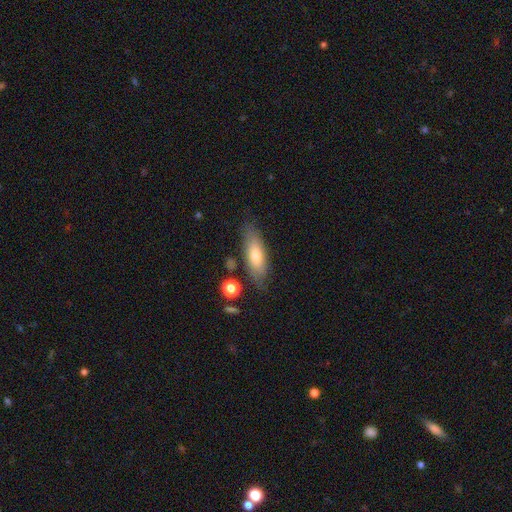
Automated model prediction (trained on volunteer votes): smooth 65%, featured or disk 28%, star or artifact 7%. Down the decision tree: how rounded — in between (59%); merging — none (77%).